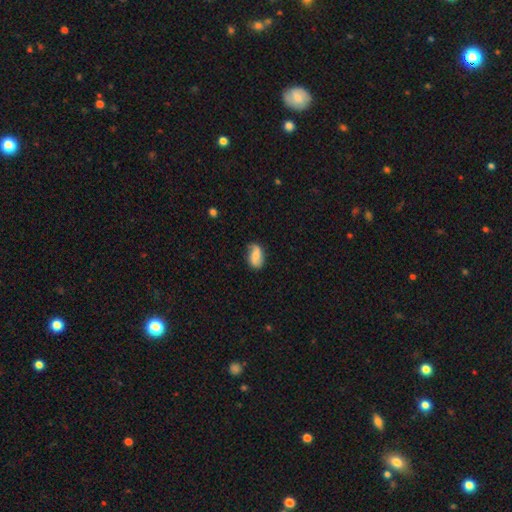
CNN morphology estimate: smooth_or_featured: smooth (p=0.51) [alt: featured or disk p=0.42]
how_rounded: in between (p=0.88) [alt: round p=0.10]
merging: none (p=0.70) [alt: minor disturbance p=0.23]